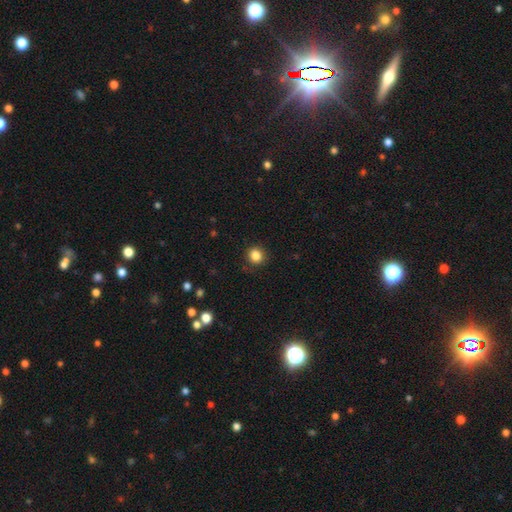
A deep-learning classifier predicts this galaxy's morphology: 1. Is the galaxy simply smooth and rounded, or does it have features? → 85% smooth, 11% star or artifact, 4% featured or disk.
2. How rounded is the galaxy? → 87% round, 12% in between, 1% cigar-shaped.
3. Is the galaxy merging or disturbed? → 87% none, 9% minor disturbance, 3% major disturbance, 1% merger.